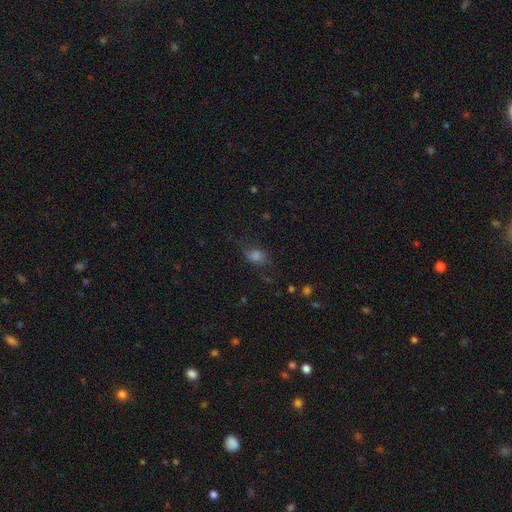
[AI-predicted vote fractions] This is likely a smooth galaxy (64%). How rounded: likely in between (62%). Merging: possibly none (59%).